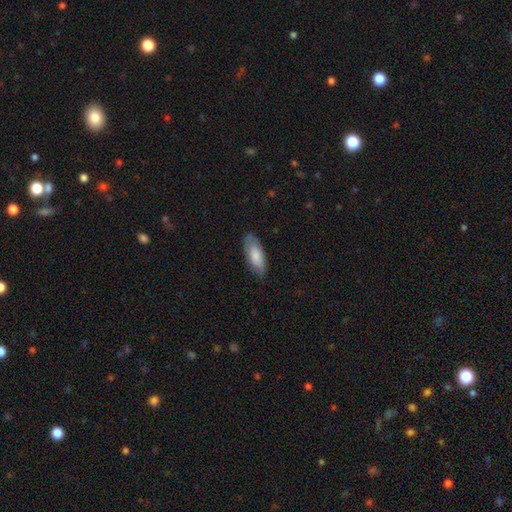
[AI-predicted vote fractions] Morphology: type=smooth (79%); roundness=in between (76%); merging=none (77%).